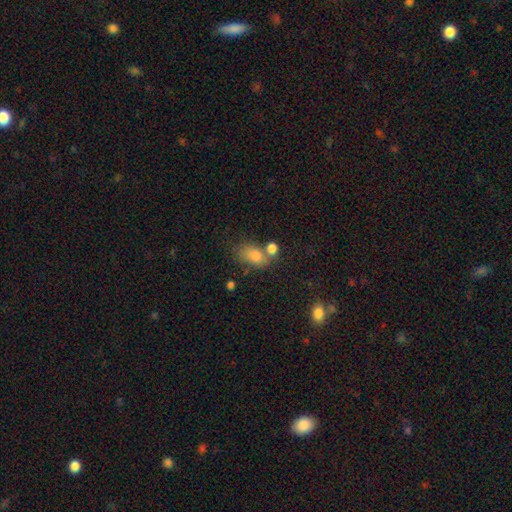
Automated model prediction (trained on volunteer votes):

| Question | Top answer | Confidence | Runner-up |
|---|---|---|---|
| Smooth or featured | smooth | 80% | star or artifact (10%) |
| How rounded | in between | 82% | round (16%) |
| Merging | none | 45% | merger (29%) |